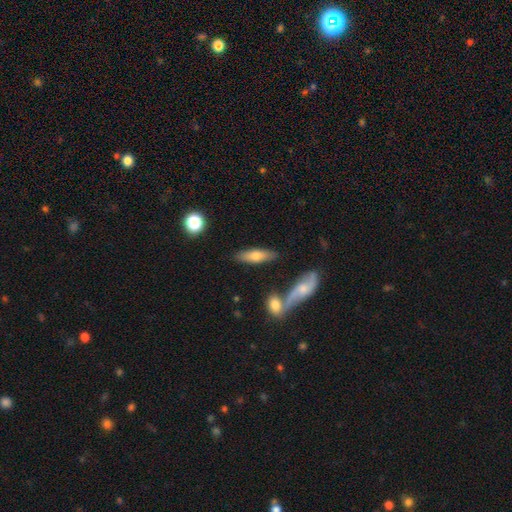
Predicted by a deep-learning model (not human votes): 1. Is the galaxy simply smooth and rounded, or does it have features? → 64% smooth, 30% featured or disk, 6% star or artifact.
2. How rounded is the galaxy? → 49% in between, 48% cigar-shaped, 3% round.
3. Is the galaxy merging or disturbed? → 77% none, 11% minor disturbance, 8% merger, 3% major disturbance.